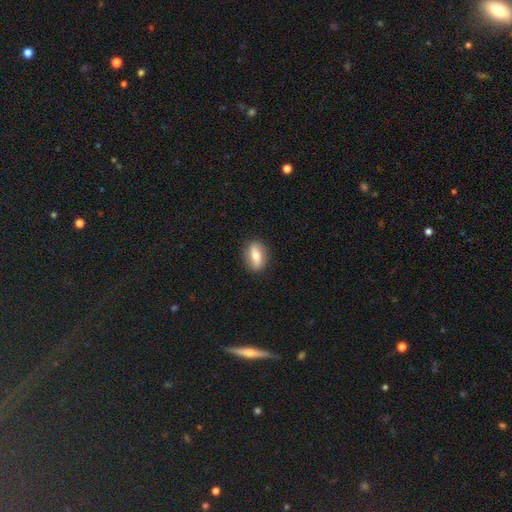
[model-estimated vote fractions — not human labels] Overall: smooth (59%; featured or disk 34%). How rounded: in between (74%). Merging: none (86%).